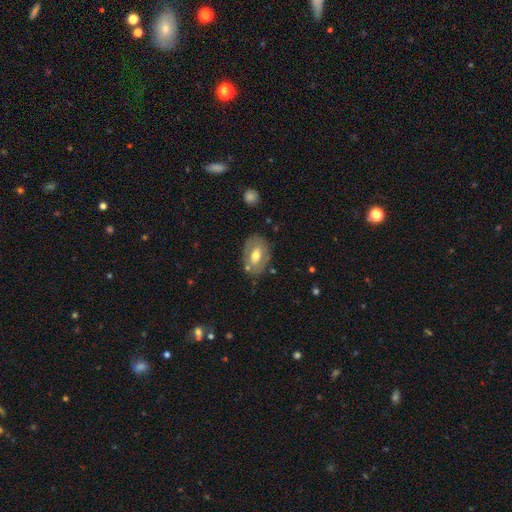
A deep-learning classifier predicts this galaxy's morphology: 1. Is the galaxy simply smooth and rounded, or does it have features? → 49% featured or disk, 45% smooth, 6% star or artifact.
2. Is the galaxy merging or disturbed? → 74% none, 17% minor disturbance, 6% major disturbance, 4% merger.